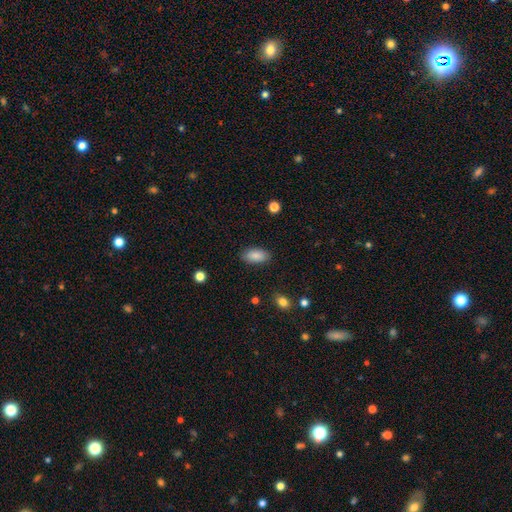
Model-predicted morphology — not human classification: smooth-or-featured: smooth: 87% | star or artifact: 7% | featured or disk: 6%
  how-rounded: in between: 92% | cigar-shaped: 5% | round: 3%
  merging: none: 87% | minor disturbance: 10% | major disturbance: 3% | merger: 1%